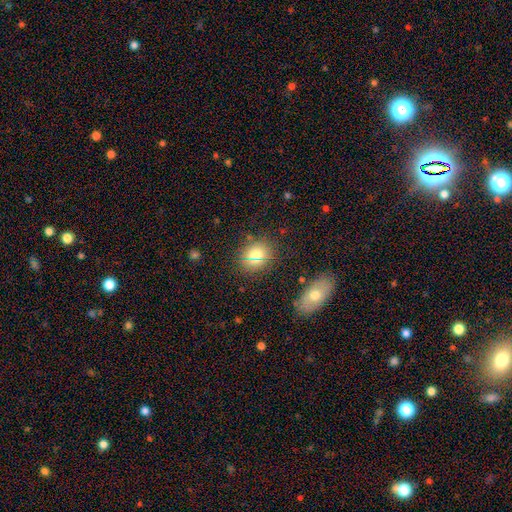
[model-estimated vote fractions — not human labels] Morphology: type=smooth (73%); roundness=round (64%); merging=none (85%).